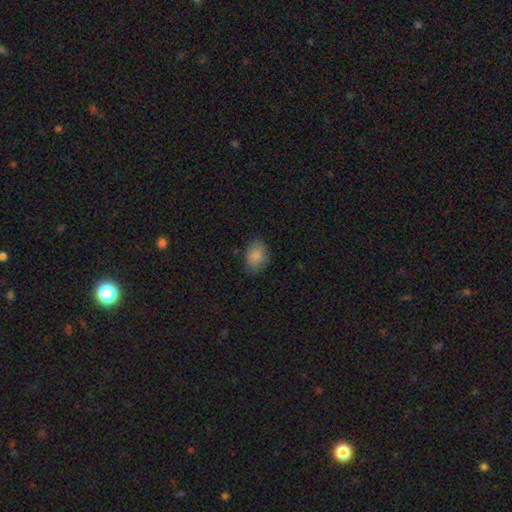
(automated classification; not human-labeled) smooth_or_featured: smooth (p=0.86) [alt: star or artifact p=0.08]
how_rounded: in between (p=0.76) [alt: round p=0.23]
merging: none (p=0.74) [alt: minor disturbance p=0.20]